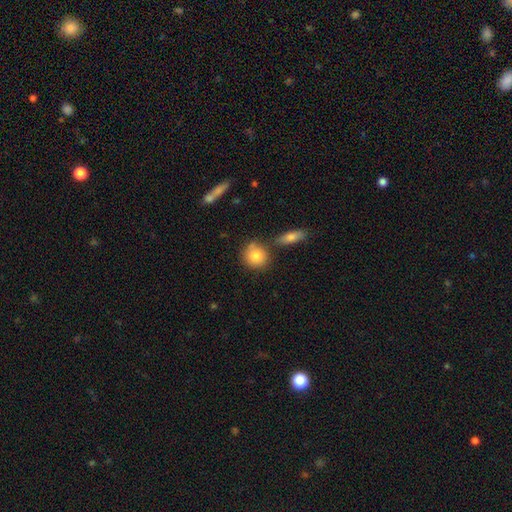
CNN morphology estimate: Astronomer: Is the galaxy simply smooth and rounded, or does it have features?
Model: smooth — 82%.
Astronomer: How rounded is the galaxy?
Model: round — 84%.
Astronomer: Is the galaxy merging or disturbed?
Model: none — 69%.